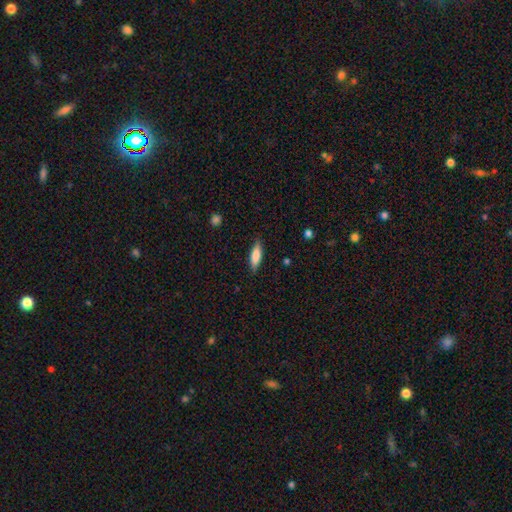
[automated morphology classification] A smooth galaxy with no disk features (79%) that is cigar-shaped (50%). Merging: none (86%).